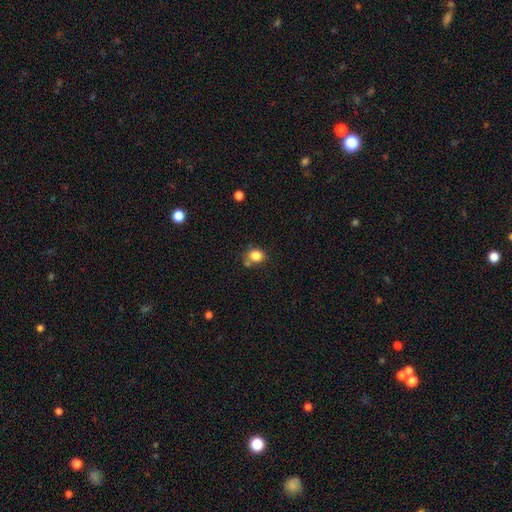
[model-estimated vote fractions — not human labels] The model was most divided on "how rounded": round: 59%, in between: 40%, cigar-shaped: 1%. More confident: smooth or featured — smooth (83%); merging — none (61%).